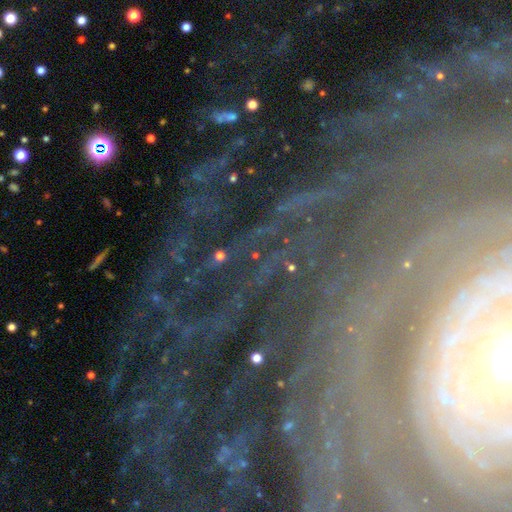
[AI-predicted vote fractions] Morphology: type=star or artifact (82%).